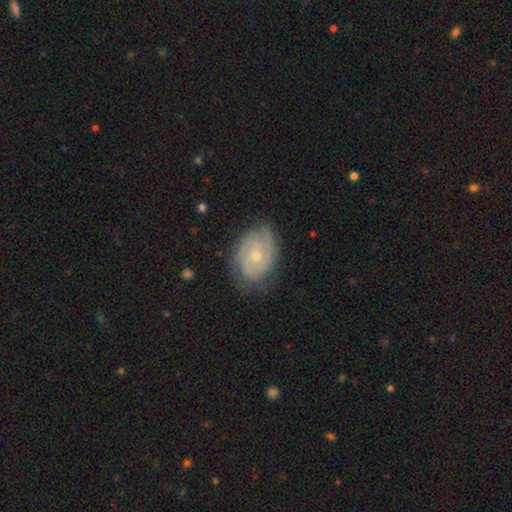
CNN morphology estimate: Q: Smooth or featured?
A: featured or disk (78%); runner-up: smooth (16%)
Q: Edge-on disk?
A: no (96%); runner-up: yes (4%)
Q: Bar?
A: no (75%); runner-up: weak (22%)
Q: Spiral arms?
A: yes (93%); runner-up: no (7%)
Q: Spiral winding?
A: tight (65%); runner-up: medium (28%)
Q: Spiral arm count?
A: 2 (38%); runner-up: can't tell (28%)
Q: Bulge size?
A: small (58%); runner-up: moderate (39%)
Q: Merging?
A: none (75%); runner-up: minor disturbance (18%)